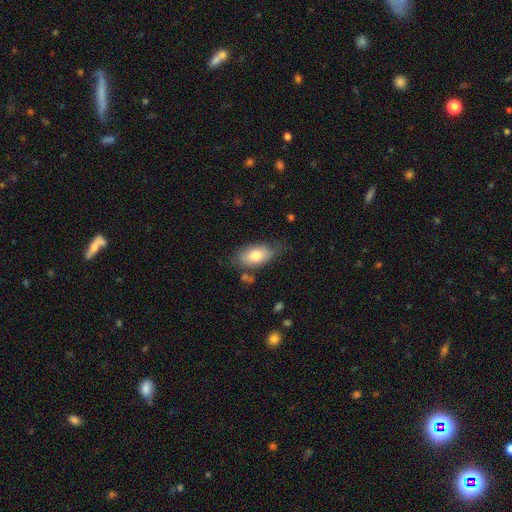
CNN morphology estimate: This is likely a smooth galaxy (76%). How rounded: clearly in between (91%). Merging: likely none (64%).